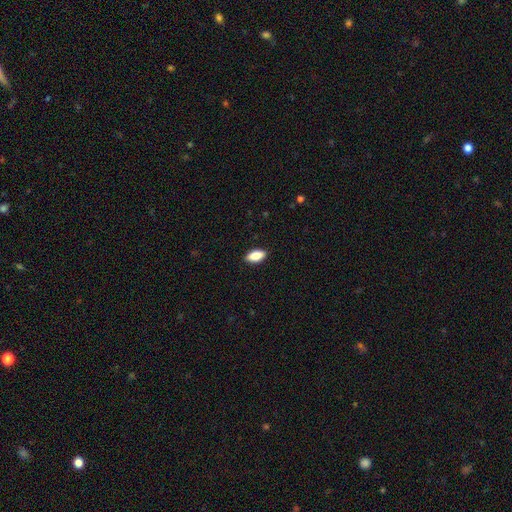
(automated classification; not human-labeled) The model was most divided on "smooth or featured": smooth: 85%, featured or disk: 8%, star or artifact: 7%. More confident: how rounded — in between (89%); merging — none (88%).